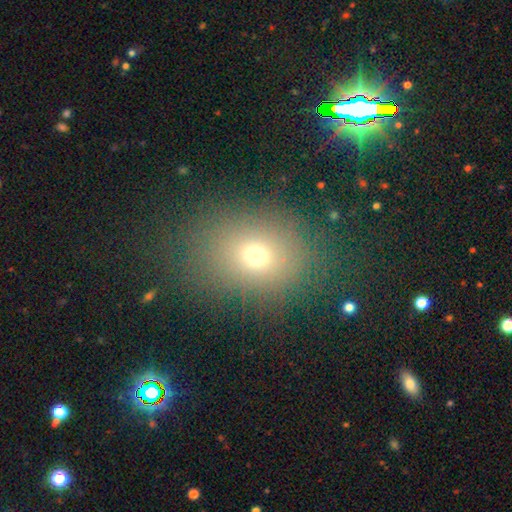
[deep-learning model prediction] Morphology: type=smooth (67%); roundness=in between (50%); merging=none (77%).